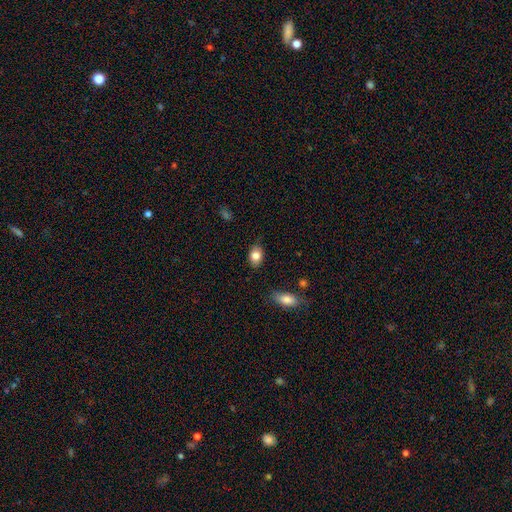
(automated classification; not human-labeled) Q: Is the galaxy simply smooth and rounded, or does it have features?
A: smooth — 81%.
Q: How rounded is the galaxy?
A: in between — 81%.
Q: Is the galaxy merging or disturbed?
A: none — 82%.